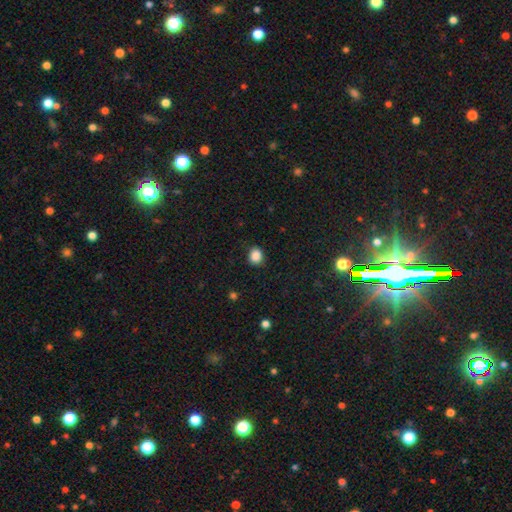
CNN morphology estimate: Smooth or featured?
  - smooth: 87% *
  - star or artifact: 10%
  - featured or disk: 3%
How rounded?
  - round: 66% *
  - in between: 33%
  - cigar-shaped: 1%
Merging?
  - none: 84% *
  - minor disturbance: 12%
  - major disturbance: 3%
  - merger: 1%